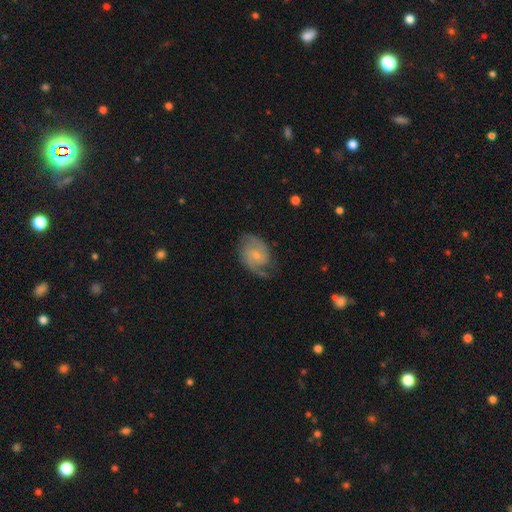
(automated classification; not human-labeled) A featured or disk galaxy (85%) with no bar (55%), 2 (82%) medium (50%) spiral arms (97%) and a small central bulge (65%).

Vote fractions:
- Smooth or featured? featured or disk: 85% / smooth: 10% / star or artifact: 5%
- Edge-on disk? no: 98% / yes: 2%
- Bar? no: 55% / weak: 39% / strong: 6%
- Spiral arms? yes: 97% / no: 3%
- Spiral winding? medium: 50% / tight: 33% / loose: 17%
- Spiral arm count? 2: 82% / can't tell: 7% / 3: 5% / 1: 3% / 4: 2% / more than 4: 2%
- Bulge size? small: 65% / moderate: 29% / none: 4% / large: 1% / dominant: 1%
- Merging? none: 73% / minor disturbance: 18% / major disturbance: 8% / merger: 1%